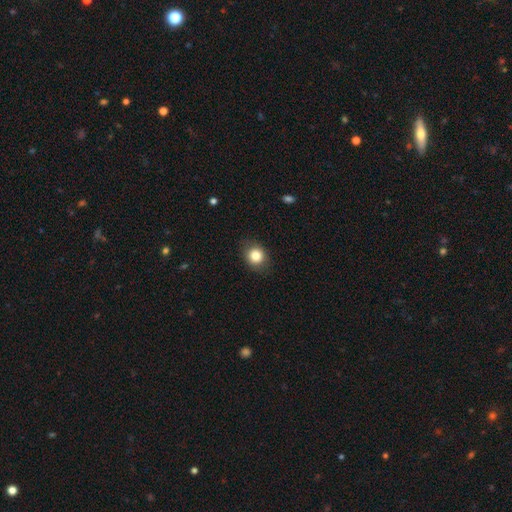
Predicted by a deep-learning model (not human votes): Smooth or featured? smooth (82%)
How rounded? round (69%)
Merging? none (84%)